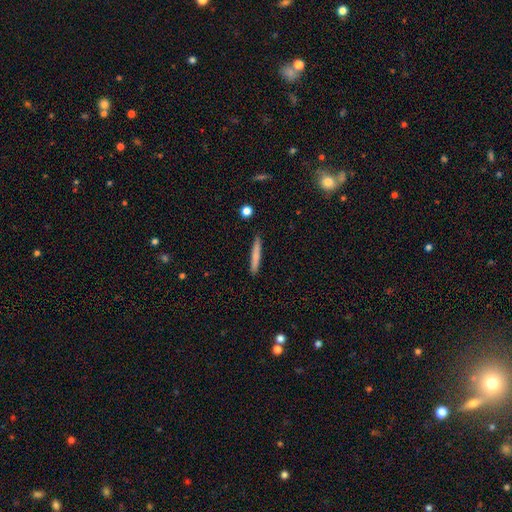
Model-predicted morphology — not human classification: This is likely a smooth galaxy (73%). How rounded: clearly cigar-shaped (95%). Merging: clearly none (90%).